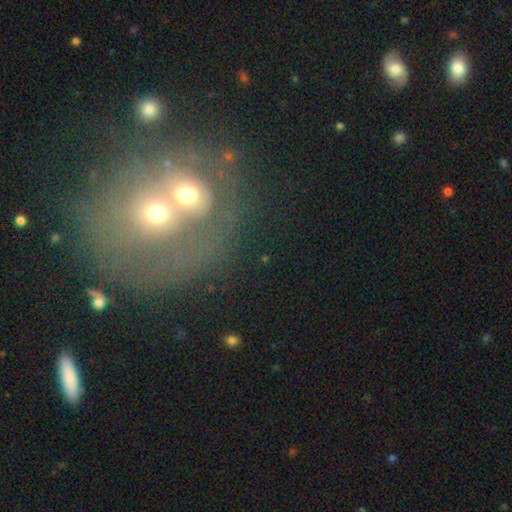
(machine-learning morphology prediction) The model was most divided on "smooth or featured": featured or disk: 40%, smooth: 38%, star or artifact: 22%. More confident: merging — merger (70%).